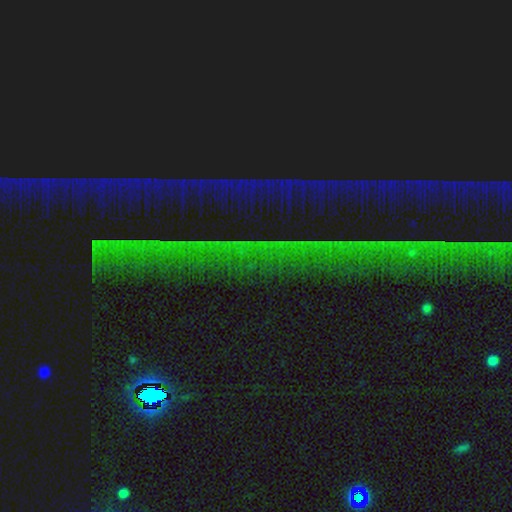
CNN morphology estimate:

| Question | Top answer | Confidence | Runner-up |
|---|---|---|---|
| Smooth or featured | star or artifact | 87% | featured or disk (7%) |